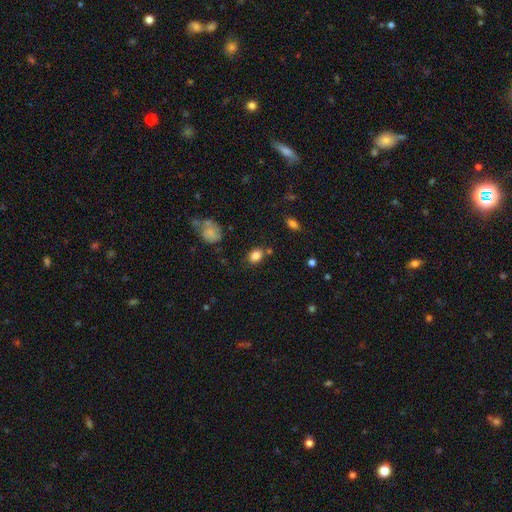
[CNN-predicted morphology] Smooth or featured: smooth — 84% (star or artifact — 10%)
How rounded: in between — 68% (round — 30%)
Merging: none — 76% (minor disturbance — 14%)